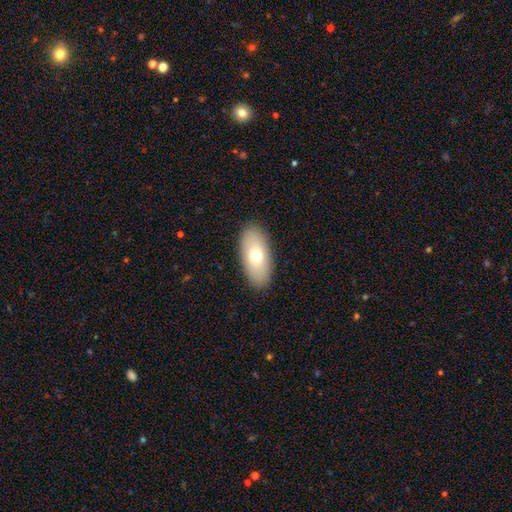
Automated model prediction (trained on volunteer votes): Smooth or featured: smooth — 71% (featured or disk — 22%)
How rounded: in between — 89% (cigar-shaped — 8%)
Merging: none — 90% (minor disturbance — 8%)